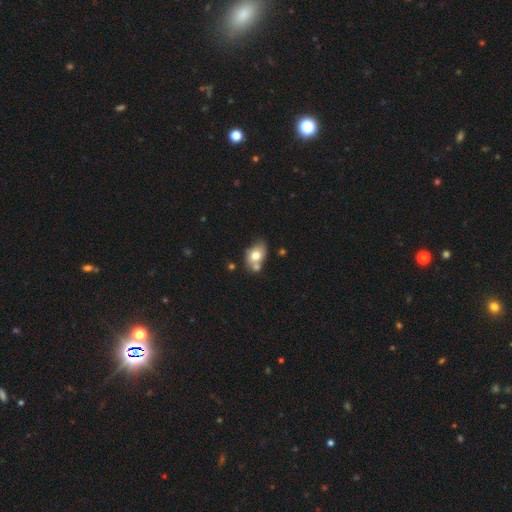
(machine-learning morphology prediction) smooth_or_featured: smooth (p=0.72) [alt: featured or disk p=0.19]
how_rounded: in between (p=0.76) [alt: round p=0.23]
merging: none (p=0.43) [alt: merger p=0.33]